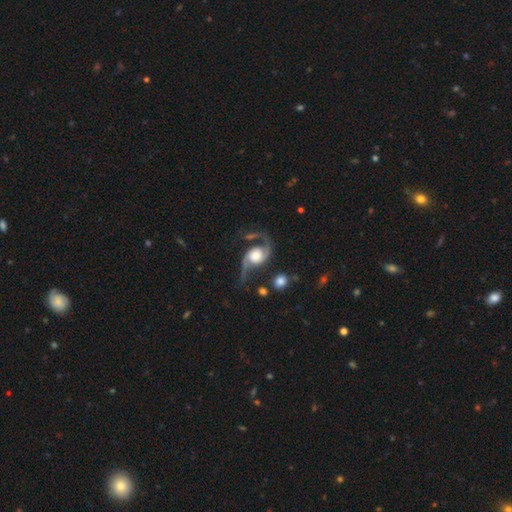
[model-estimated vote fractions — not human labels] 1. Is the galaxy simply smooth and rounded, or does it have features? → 90% featured or disk, 5% smooth, 4% star or artifact.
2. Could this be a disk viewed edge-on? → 97% no, 3% yes.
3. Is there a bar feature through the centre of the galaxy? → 70% no, 22% weak, 7% strong.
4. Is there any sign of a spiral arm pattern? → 97% yes, 3% no.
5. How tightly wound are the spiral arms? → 58% loose, 34% medium, 8% tight.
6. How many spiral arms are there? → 92% 2, 3% 1, 1% can't tell, 1% 3, 1% 4, 1% more than 4.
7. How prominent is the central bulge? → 44% large, 34% moderate, 9% dominant, 9% small, 4% none.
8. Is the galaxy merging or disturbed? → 61% none, 18% minor disturbance, 15% major disturbance, 6% merger.